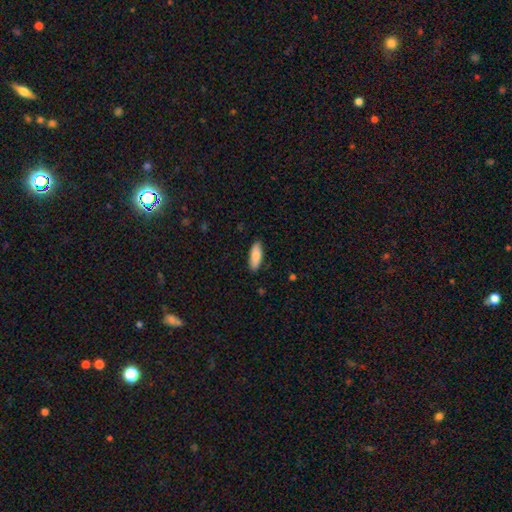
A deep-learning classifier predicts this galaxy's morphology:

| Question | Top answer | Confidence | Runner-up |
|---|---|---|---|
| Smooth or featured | smooth | 86% | featured or disk (8%) |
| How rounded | in between | 67% | cigar-shaped (32%) |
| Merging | none | 87% | minor disturbance (10%) |